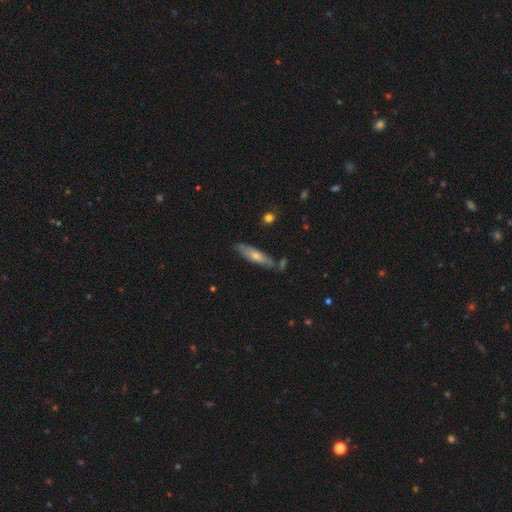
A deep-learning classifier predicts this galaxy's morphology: A featured or disk galaxy (50%).

Vote fractions:
- Smooth or featured? featured or disk: 50% / smooth: 43% / star or artifact: 7%
- Merging? none: 79% / minor disturbance: 14% / merger: 4% / major disturbance: 3%